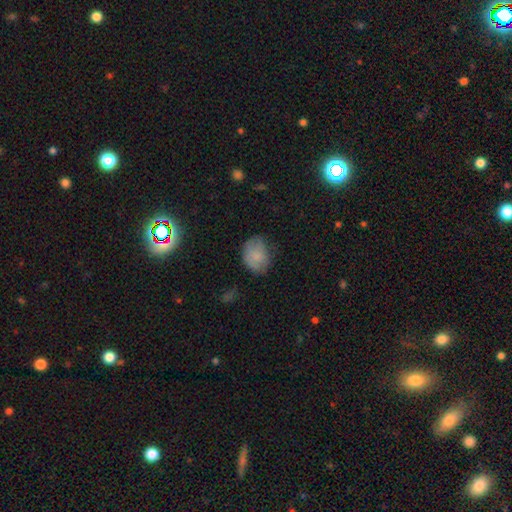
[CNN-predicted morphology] The model was most divided on "how rounded": in between: 65%, round: 34%, cigar-shaped: 1%. More confident: smooth or featured — smooth (77%); merging — none (62%).